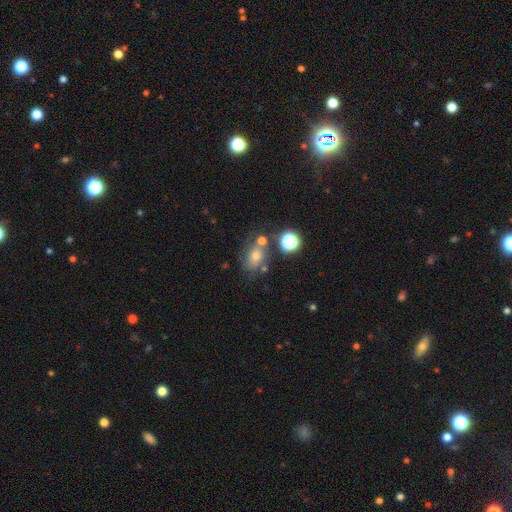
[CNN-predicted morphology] Smooth or featured? Predicted: smooth (p=0.49). Merging? Predicted: none (p=0.51).